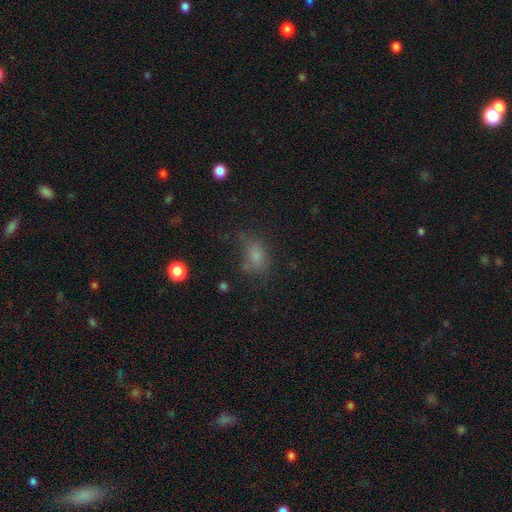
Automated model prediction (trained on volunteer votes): Smooth or featured?
  - smooth: 73% *
  - star or artifact: 17%
  - featured or disk: 10%
How rounded?
  - in between: 65% *
  - round: 33%
  - cigar-shaped: 2%
Merging?
  - none: 57% *
  - minor disturbance: 23%
  - major disturbance: 15%
  - merger: 5%